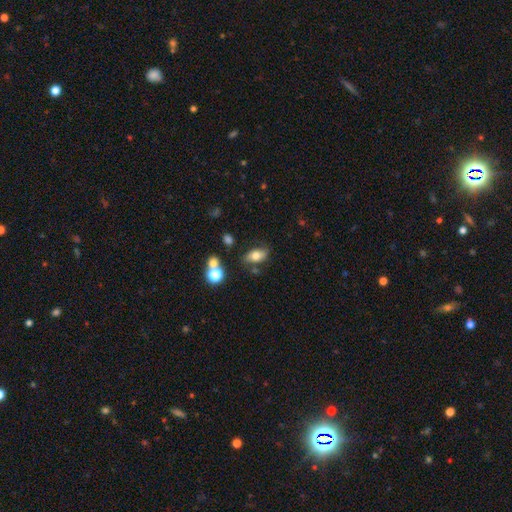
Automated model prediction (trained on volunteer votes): Morphology: type=smooth (71%); roundness=in between (85%); merging=none (72%).